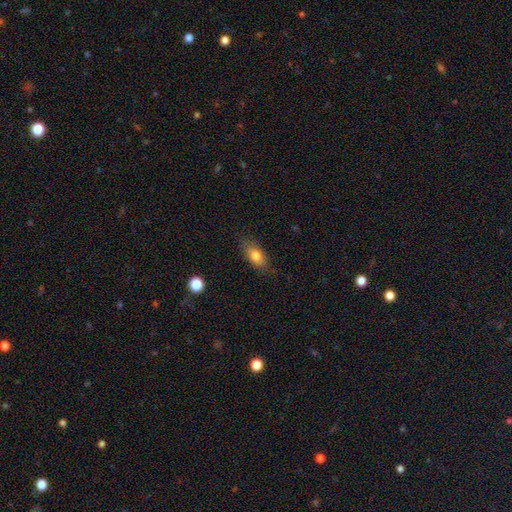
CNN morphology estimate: The model was most divided on "merging": none: 79%, minor disturbance: 16%, major disturbance: 4%, merger: 1%. More confident: how rounded — in between (82%); smooth or featured — smooth (78%).